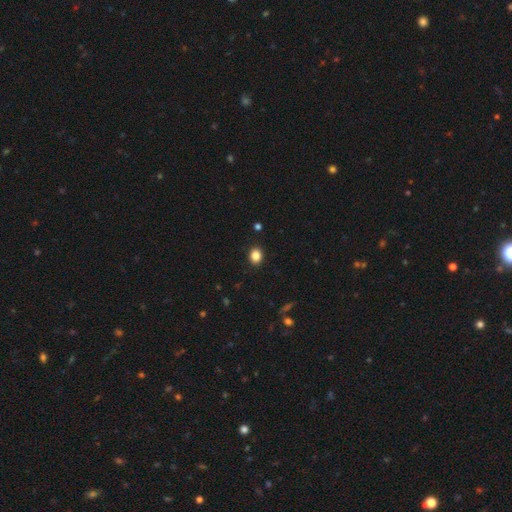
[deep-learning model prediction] This is clearly a smooth galaxy (85%). How rounded: possibly round (50%). Merging: clearly none (90%).